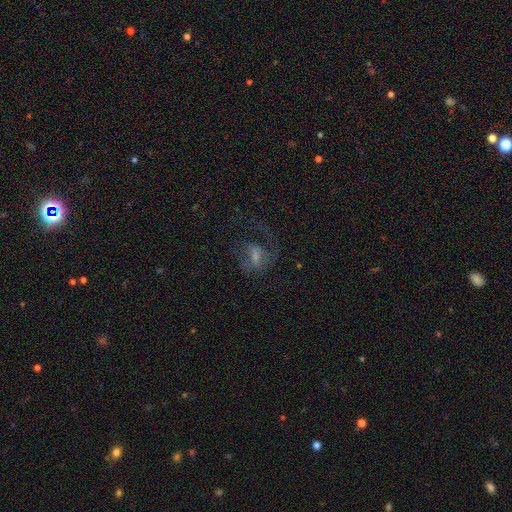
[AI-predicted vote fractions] Overall: featured or disk (62%; smooth 22%). Edge-on disk: no (96%). Bar: weak (48%; no 34%). Spiral arms: yes (80%). Bulge size: small (39%; moderate 35%). Merging: none (46%; major disturbance 35%).